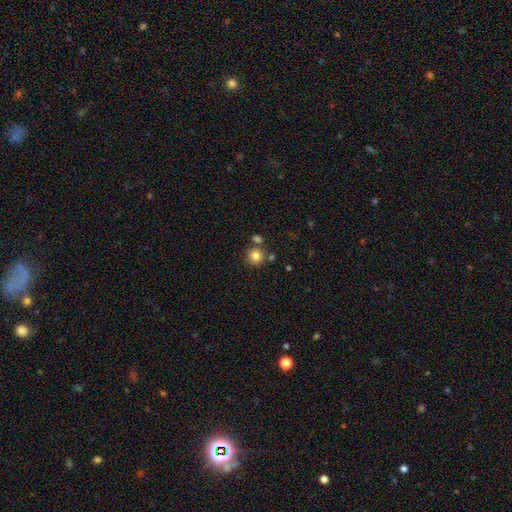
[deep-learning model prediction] This appears to be a smooth galaxy with no disk features (82%) that is round (92%). Merging: none (74%).